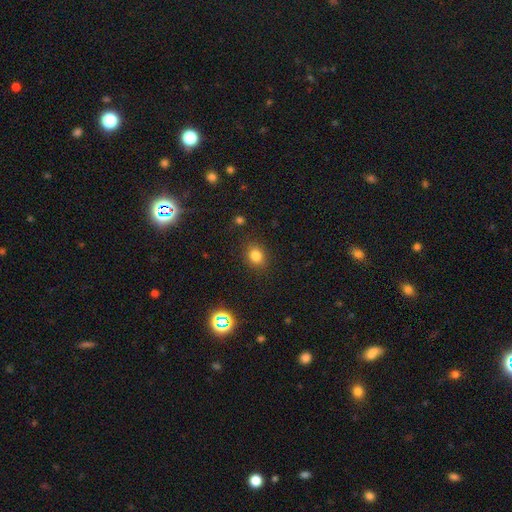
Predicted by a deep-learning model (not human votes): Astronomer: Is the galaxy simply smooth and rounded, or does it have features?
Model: smooth — 79%.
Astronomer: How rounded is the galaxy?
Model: round — 57% (runner-up: in between, 42%).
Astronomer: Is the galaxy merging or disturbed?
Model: none — 86%.